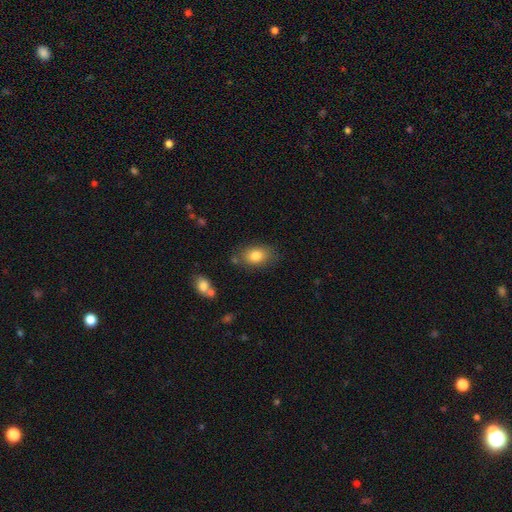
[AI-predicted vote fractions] Q: Smooth or featured?
A: smooth (81%); runner-up: featured or disk (10%)
Q: How rounded?
A: in between (81%); runner-up: round (17%)
Q: Merging?
A: none (76%); runner-up: minor disturbance (15%)